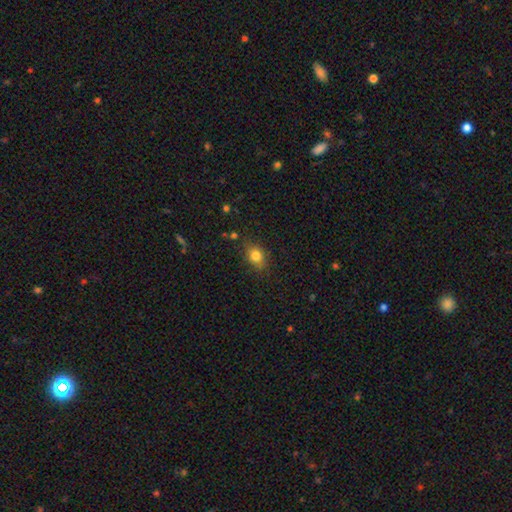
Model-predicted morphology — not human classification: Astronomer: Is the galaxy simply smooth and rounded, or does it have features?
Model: smooth — 82%.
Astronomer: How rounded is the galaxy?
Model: round — 53% (runner-up: in between, 46%).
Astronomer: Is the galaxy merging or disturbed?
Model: none — 79%.